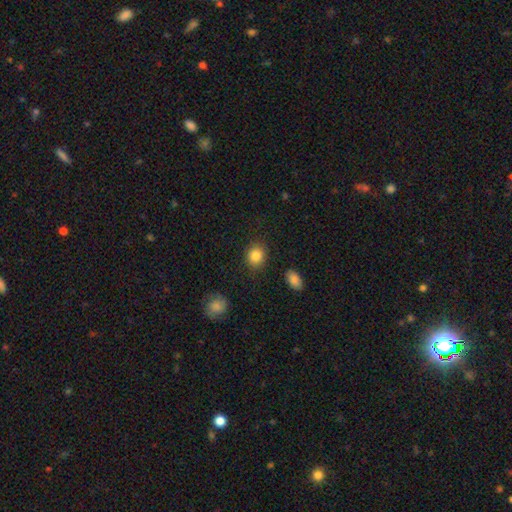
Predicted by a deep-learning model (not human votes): Q: Smooth or featured?
A: smooth (85%); runner-up: star or artifact (9%)
Q: How rounded?
A: round (73%); runner-up: in between (26%)
Q: Merging?
A: none (86%); runner-up: minor disturbance (9%)